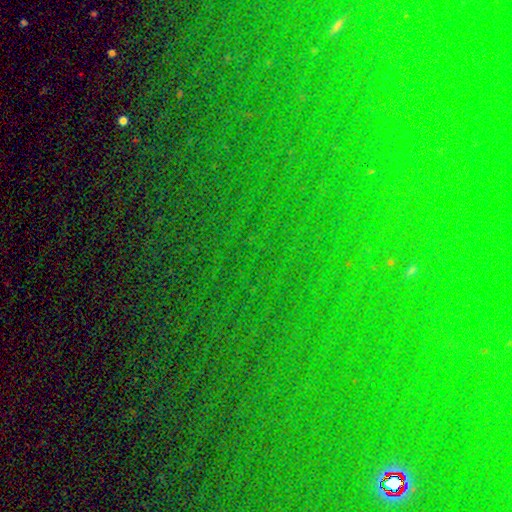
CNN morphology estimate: Overall: star or artifact (81%).